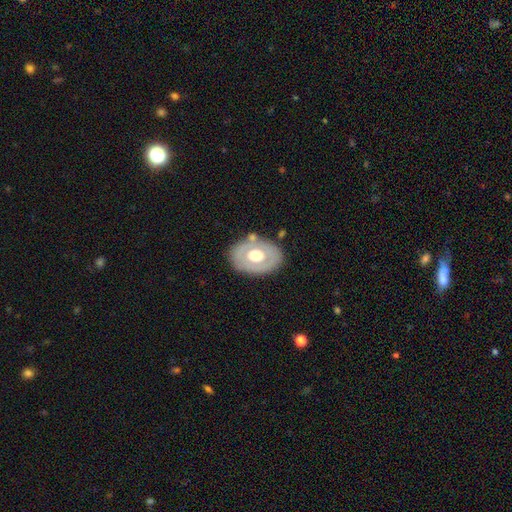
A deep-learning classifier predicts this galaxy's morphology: smooth_or_featured: featured or disk (p=0.50) [alt: smooth p=0.45]
merging: none (p=0.76) [alt: minor disturbance p=0.14]